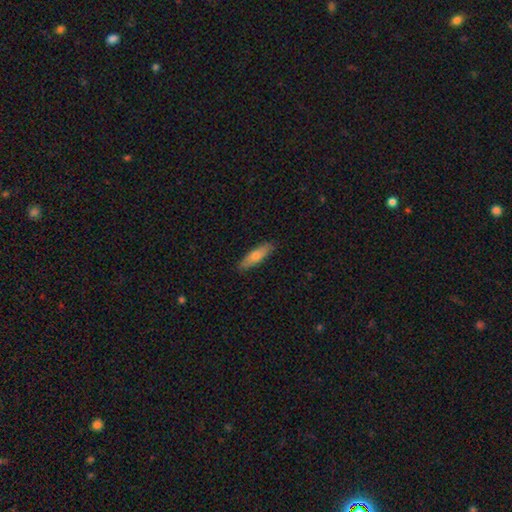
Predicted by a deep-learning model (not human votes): Morphology: type=smooth (70%); roundness=cigar-shaped (60%); merging=none (88%).